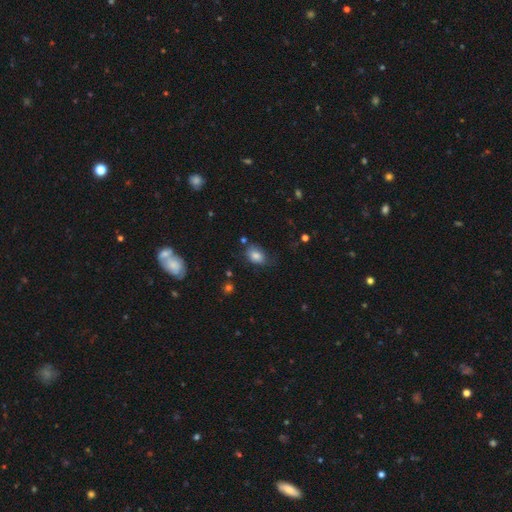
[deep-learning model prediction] A smooth galaxy with no disk features (82%) that is in between round and cigar-shaped (80%). Merging: none (62%).